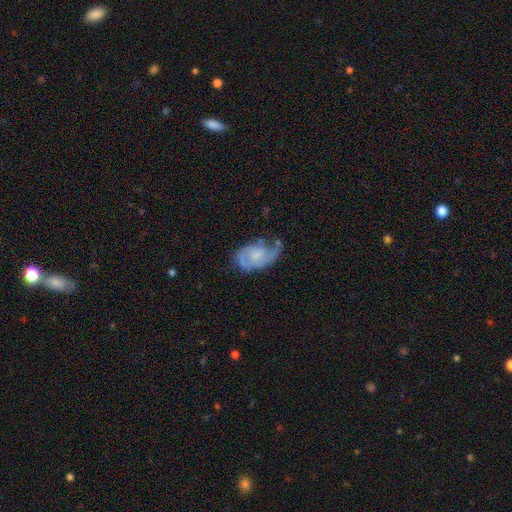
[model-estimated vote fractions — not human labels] Smooth or featured? featured or disk (67%)
Edge-on disk? no (97%)
Bar? no (66%)
Spiral arms? yes (83%)
Spiral winding? medium (41%)
Spiral arm count? 2 (53%)
Bulge size? small (38%)
Merging? none (38%)